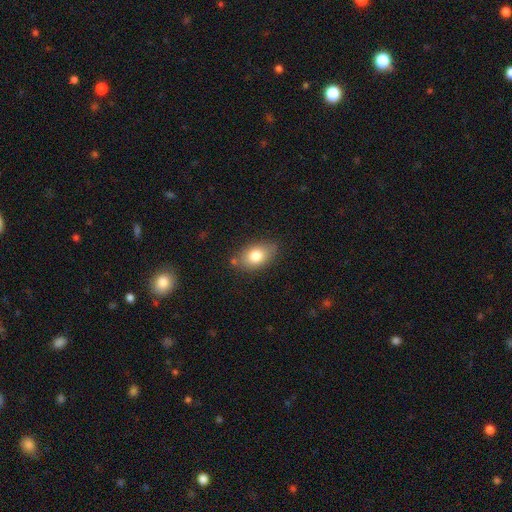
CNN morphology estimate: Overall: smooth (79%). How rounded: in between (85%). Merging: none (76%).